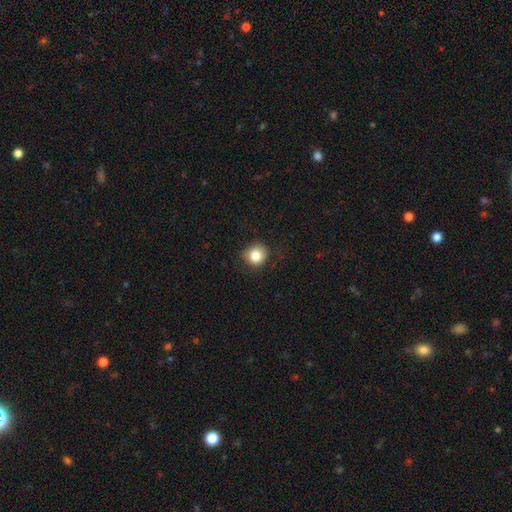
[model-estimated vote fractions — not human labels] This appears to be a smooth galaxy with no disk features (83%) that is round (86%). Merging: none (80%).